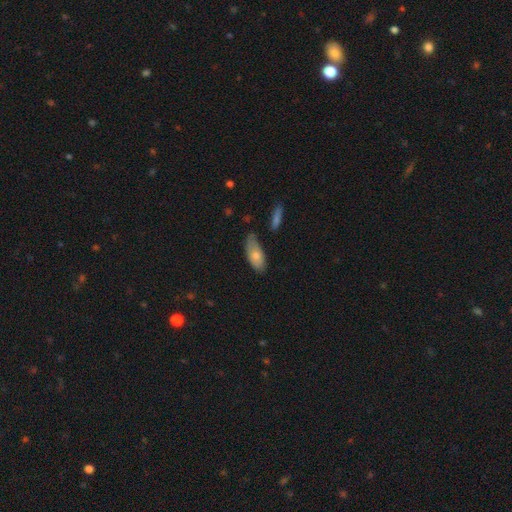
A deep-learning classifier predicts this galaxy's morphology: smooth-or-featured: smooth: 73% | featured or disk: 21% | star or artifact: 6%
  how-rounded: in between: 85% | cigar-shaped: 12% | round: 3%
  merging: none: 57% | minor disturbance: 32% | major disturbance: 7% | merger: 3%